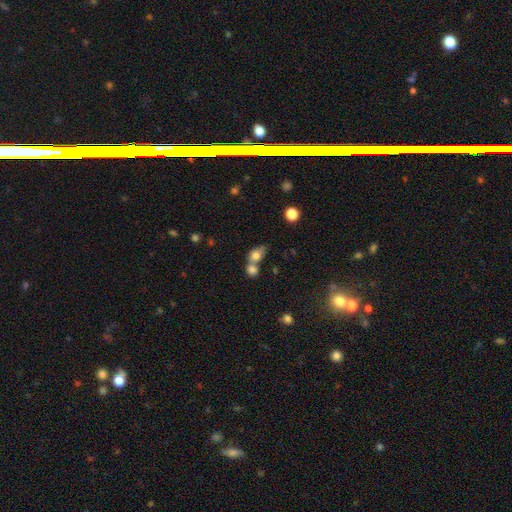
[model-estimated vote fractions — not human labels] The model was most divided on "how rounded": in between: 60%, round: 37%, cigar-shaped: 3%. More confident: smooth or featured — smooth (76%); merging — merger (54%).